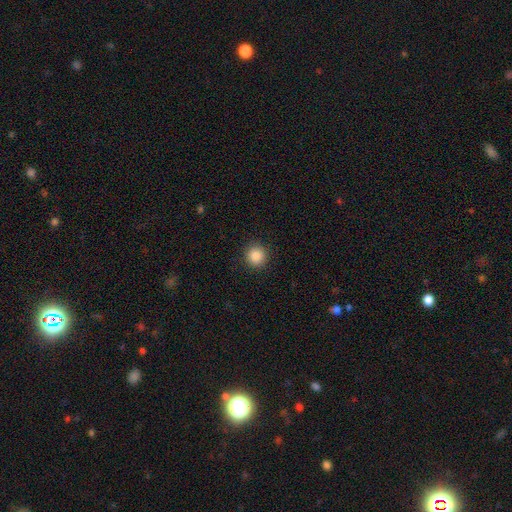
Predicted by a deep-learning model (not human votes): smooth_or_featured: smooth (p=0.87) [alt: star or artifact p=0.09]
how_rounded: round (p=0.90) [alt: in between p=0.09]
merging: none (p=0.91) [alt: minor disturbance p=0.06]